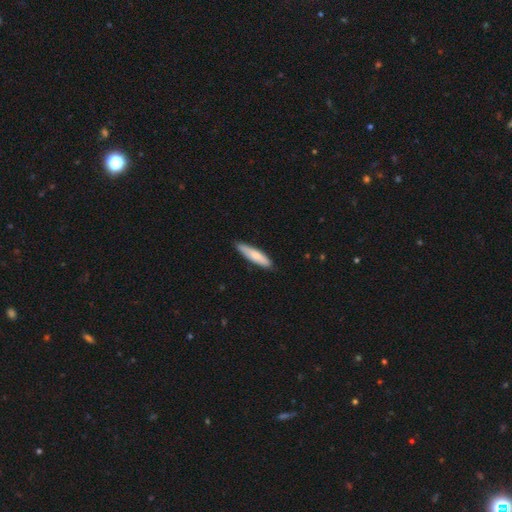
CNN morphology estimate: A smooth galaxy with no disk features (76%) that is cigar-shaped (78%).

Vote fractions:
- Smooth or featured? smooth: 76% / featured or disk: 19% / star or artifact: 5%
- How rounded? cigar-shaped: 78% / in between: 21% / round: 1%
- Merging? none: 85% / minor disturbance: 12% / major disturbance: 2% / merger: 1%